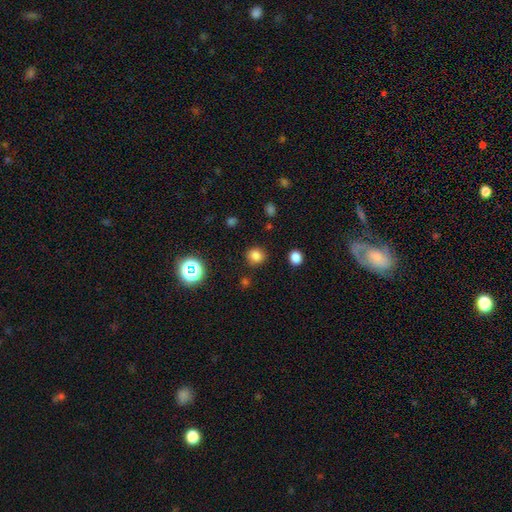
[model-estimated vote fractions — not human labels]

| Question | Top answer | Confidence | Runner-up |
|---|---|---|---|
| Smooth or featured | smooth | 79% | star or artifact (16%) |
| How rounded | round | 89% | in between (10%) |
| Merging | none | 87% | minor disturbance (8%) |